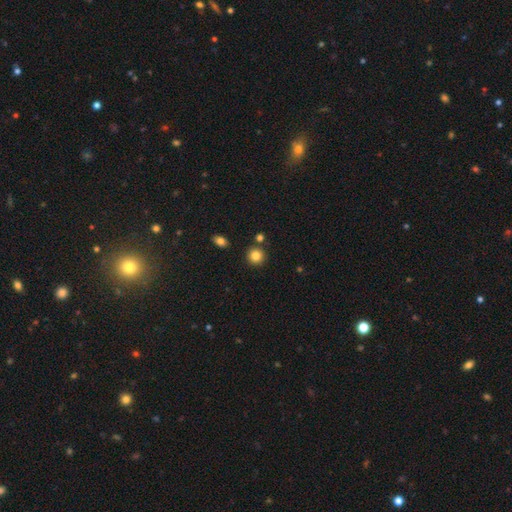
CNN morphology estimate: The model was most divided on "smooth or featured": smooth: 84%, star or artifact: 10%, featured or disk: 6%. More confident: how rounded — round (92%); merging — none (86%).